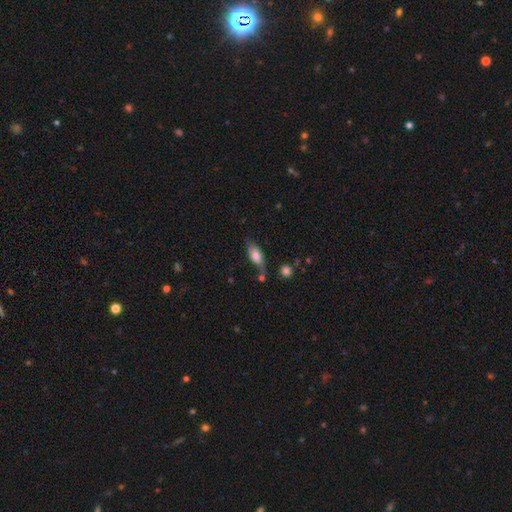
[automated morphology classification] Smooth or featured: smooth — 65% (featured or disk — 27%)
How rounded: in between — 78% (cigar-shaped — 18%)
Merging: none — 51% (minor disturbance — 25%)